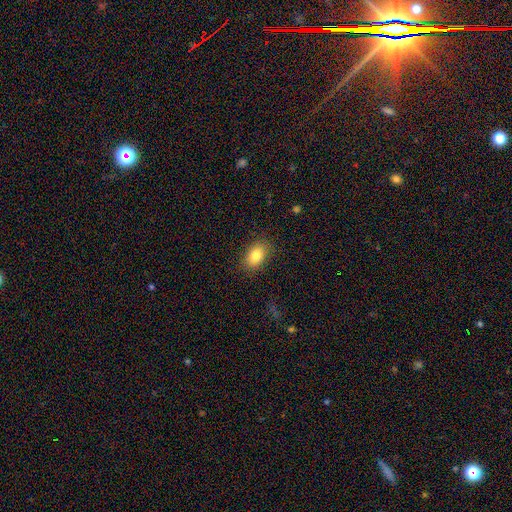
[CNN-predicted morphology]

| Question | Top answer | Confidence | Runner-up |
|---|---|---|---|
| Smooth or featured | smooth | 83% | star or artifact (8%) |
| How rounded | in between | 84% | round (14%) |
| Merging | none | 85% | minor disturbance (11%) |